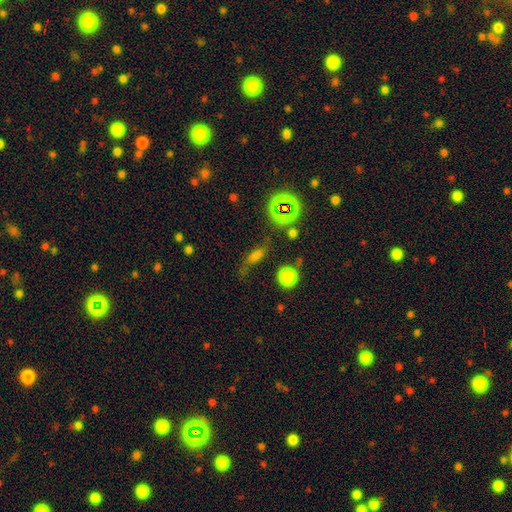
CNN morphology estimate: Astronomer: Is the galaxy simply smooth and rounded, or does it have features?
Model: smooth — 54%.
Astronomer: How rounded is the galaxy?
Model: in between — 48% (runner-up: cigar-shaped, 31%).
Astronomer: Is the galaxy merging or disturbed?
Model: none — 59%.